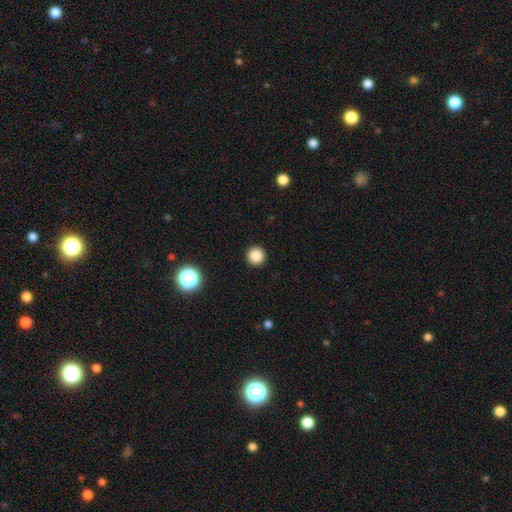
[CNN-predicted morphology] Smooth or featured? smooth (86%)
How rounded? round (96%)
Merging? none (93%)